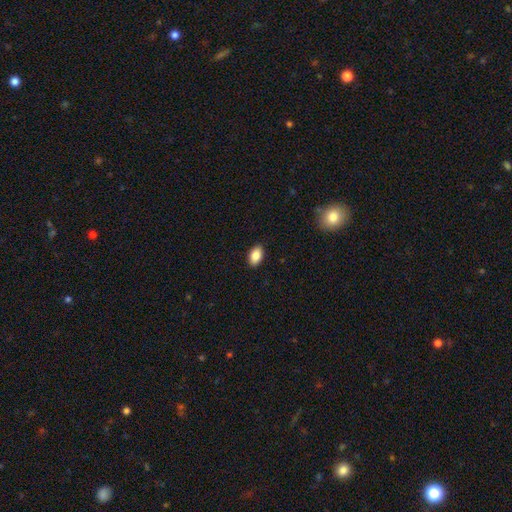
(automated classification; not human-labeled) Smooth or featured?
  - smooth: 86% *
  - star or artifact: 7%
  - featured or disk: 7%
How rounded?
  - in between: 92% *
  - round: 7%
  - cigar-shaped: 2%
Merging?
  - none: 89% *
  - minor disturbance: 8%
  - major disturbance: 2%
  - merger: 1%